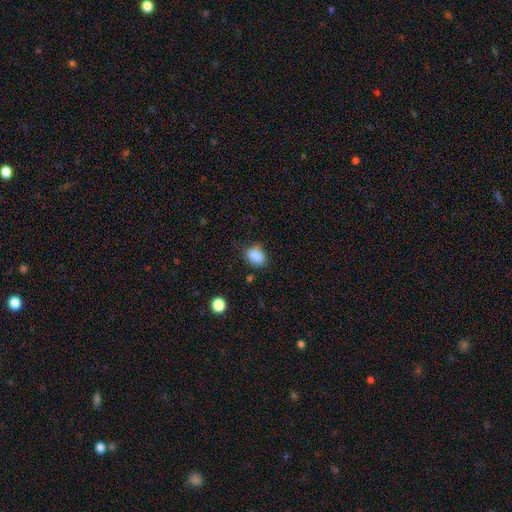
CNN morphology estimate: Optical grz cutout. It shows a smooth galaxy with no disk features (85%) that is in between round and cigar-shaped (67%). Merging: none (64%).